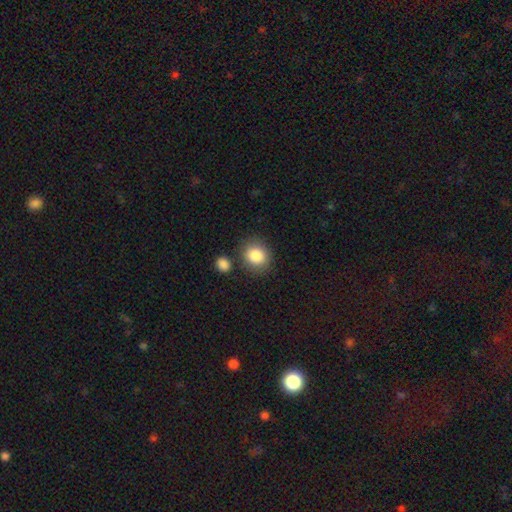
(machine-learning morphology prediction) Q: Smooth or featured?
A: smooth (87%); runner-up: star or artifact (8%)
Q: How rounded?
A: round (71%); runner-up: in between (28%)
Q: Merging?
A: none (79%); runner-up: minor disturbance (11%)